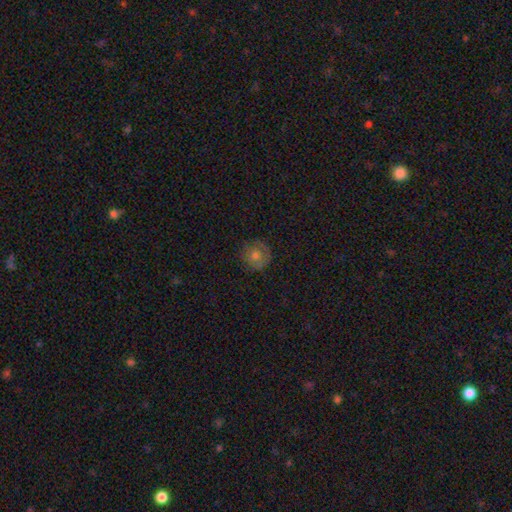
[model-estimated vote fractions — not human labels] A smooth galaxy with no disk features (66%) that is round (93%).

Vote fractions:
- Smooth or featured? smooth: 66% / featured or disk: 22% / star or artifact: 12%
- How rounded? round: 93% / in between: 6% / cigar-shaped: 1%
- Merging? none: 82% / minor disturbance: 13% / major disturbance: 3% / merger: 1%